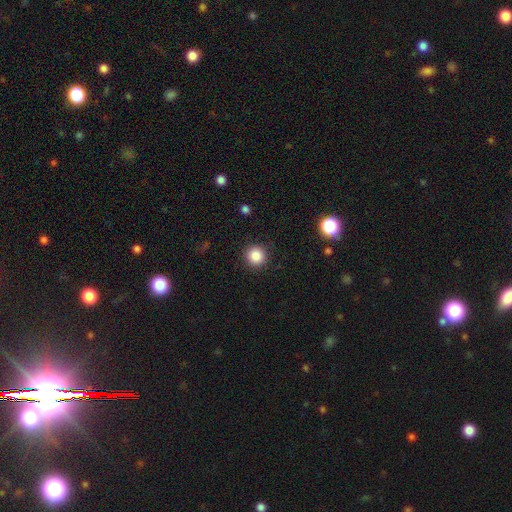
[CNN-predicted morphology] Smooth or featured?
  - smooth: 85% *
  - star or artifact: 11%
  - featured or disk: 4%
How rounded?
  - round: 93% *
  - in between: 6%
  - cigar-shaped: 1%
Merging?
  - none: 90% *
  - minor disturbance: 6%
  - major disturbance: 2%
  - merger: 1%